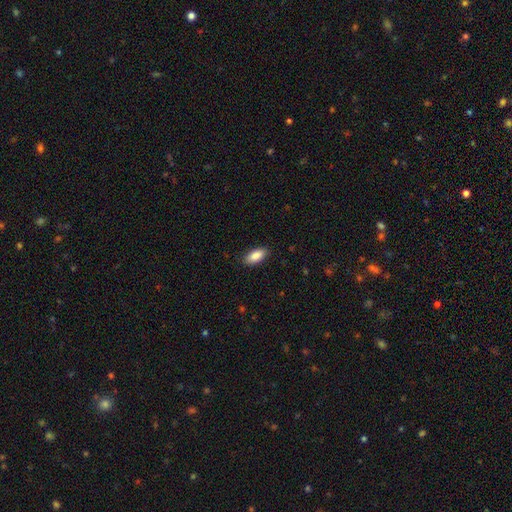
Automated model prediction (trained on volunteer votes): This is clearly a smooth galaxy (88%). How rounded: clearly in between (89%). Merging: clearly none (87%).